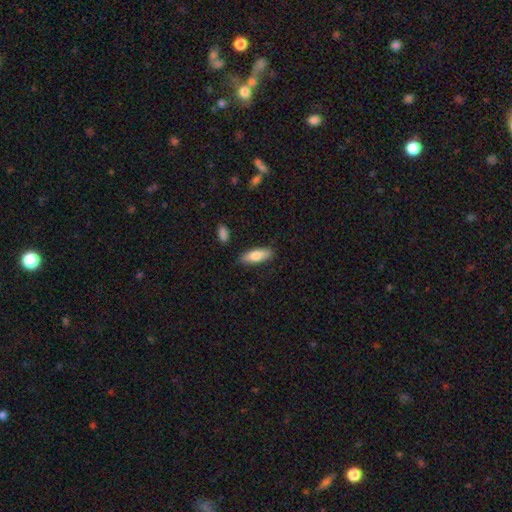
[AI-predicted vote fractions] smooth-or-featured: smooth: 75% | featured or disk: 19% | star or artifact: 6%
  how-rounded: in between: 65% | cigar-shaped: 33% | round: 2%
  merging: none: 85% | minor disturbance: 10% | merger: 2% | major disturbance: 2%